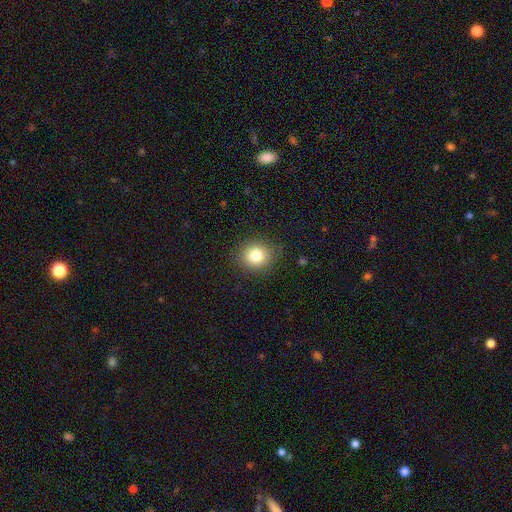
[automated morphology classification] Smooth or featured?
  - smooth: 81% *
  - star or artifact: 11%
  - featured or disk: 7%
How rounded?
  - round: 79% *
  - in between: 20%
  - cigar-shaped: 1%
Merging?
  - none: 86% *
  - minor disturbance: 10%
  - major disturbance: 3%
  - merger: 1%